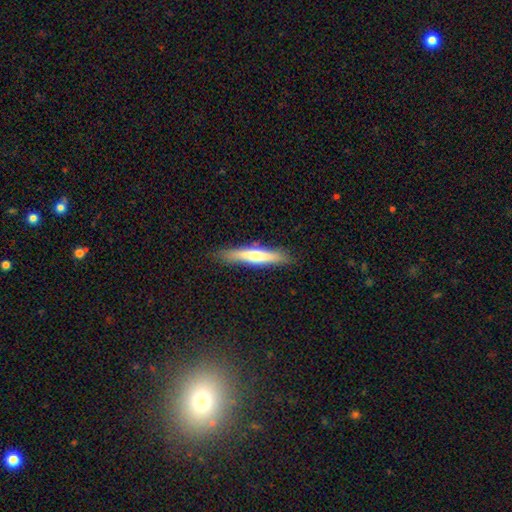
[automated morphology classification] type=smooth (54%); roundness=cigar-shaped (85%); merging=none (86%).